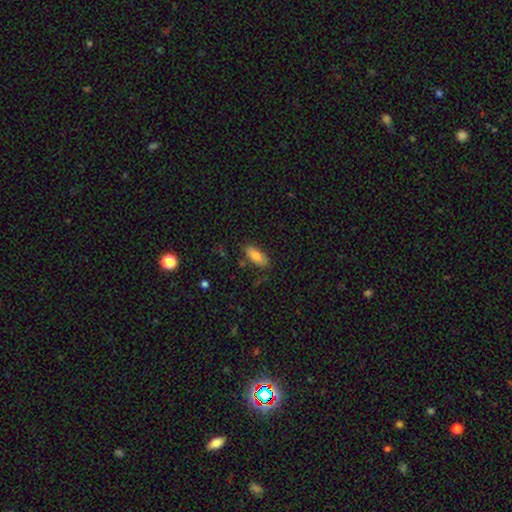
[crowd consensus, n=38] A smooth galaxy with no disk features (92%) that is in between round and cigar-shaped (77%). Merging: none (89%).